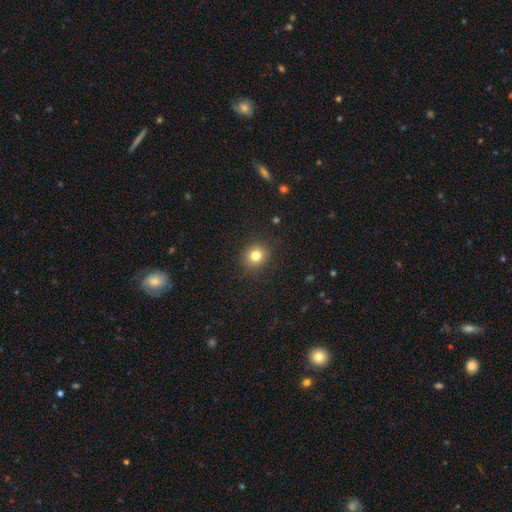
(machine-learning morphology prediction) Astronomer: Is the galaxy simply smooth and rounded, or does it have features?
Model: smooth — 80%.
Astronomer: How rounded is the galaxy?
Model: round — 83%.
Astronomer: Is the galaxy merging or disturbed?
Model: none — 90%.